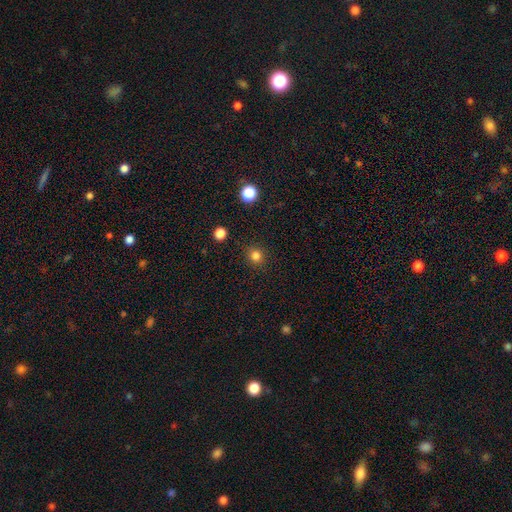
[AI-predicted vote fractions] Morphology: type=smooth (82%); roundness=round (89%); merging=none (90%).